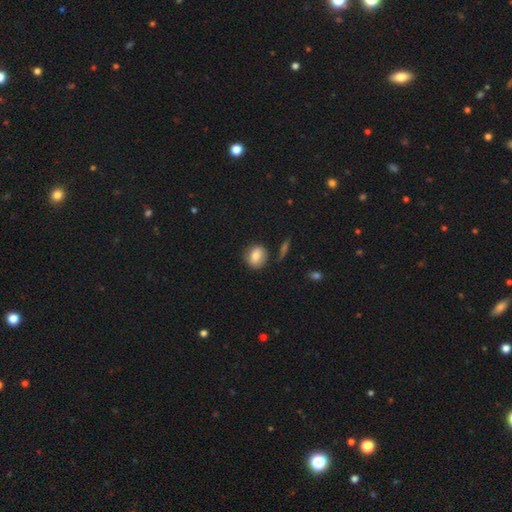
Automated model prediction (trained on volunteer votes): smooth 77%, featured or disk 14%, star or artifact 9%. Down the decision tree: how rounded — round (68%); merging — none (79%).